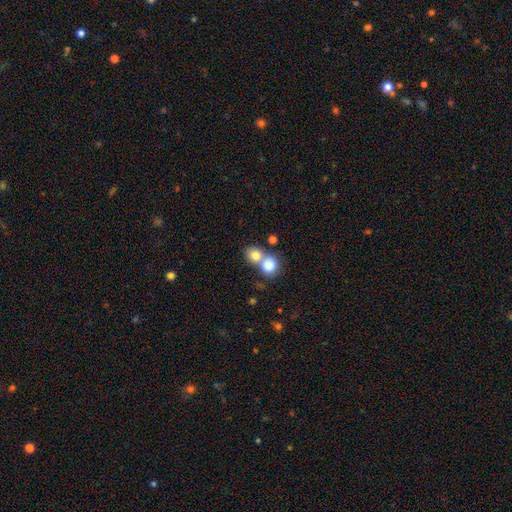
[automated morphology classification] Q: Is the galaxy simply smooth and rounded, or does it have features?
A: smooth — 81%.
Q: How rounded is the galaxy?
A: round — 76%.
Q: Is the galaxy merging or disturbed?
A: merger — 57%.